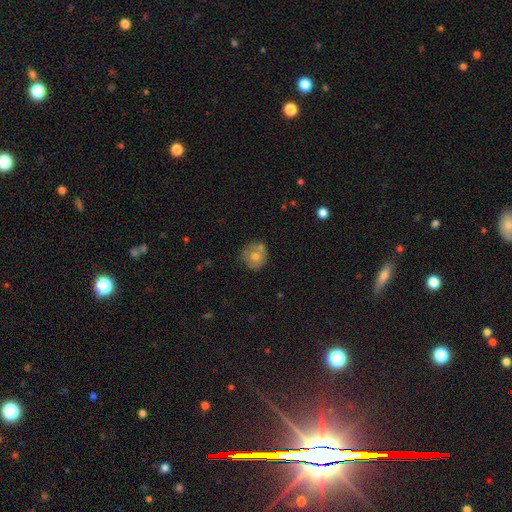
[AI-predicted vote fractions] Smooth or featured: smooth — 67% (featured or disk — 25%)
How rounded: round — 87% (in between — 12%)
Merging: none — 60% (minor disturbance — 20%)